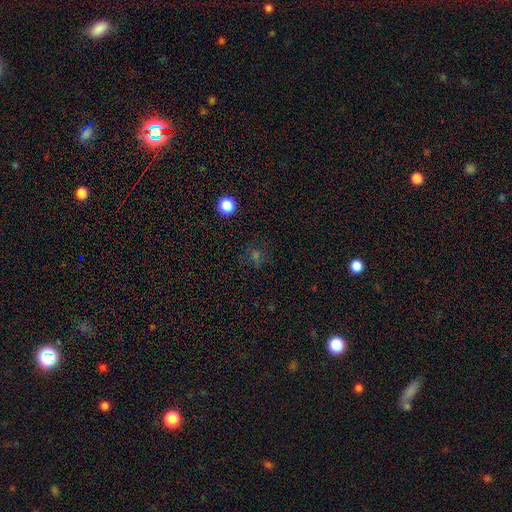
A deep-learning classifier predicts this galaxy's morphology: smooth_or_featured: star or artifact (p=0.44) [alt: smooth p=0.43]